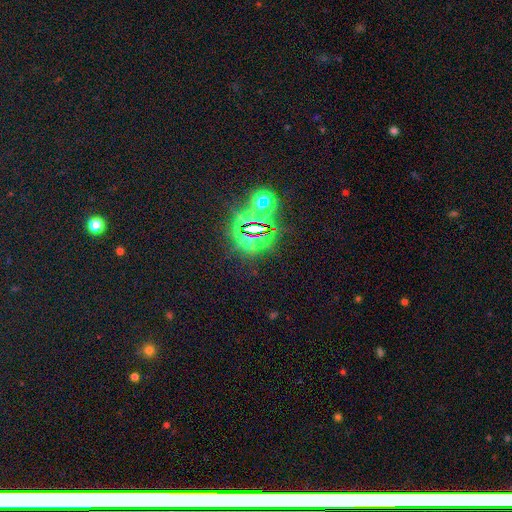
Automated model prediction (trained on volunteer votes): smooth-or-featured: star or artifact: 78% | smooth: 13% | featured or disk: 9%